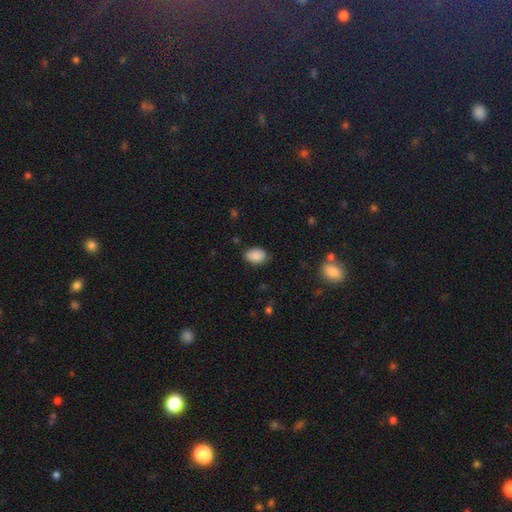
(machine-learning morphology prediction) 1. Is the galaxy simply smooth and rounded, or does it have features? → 89% smooth, 7% star or artifact, 4% featured or disk.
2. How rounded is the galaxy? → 87% in between, 12% round, 1% cigar-shaped.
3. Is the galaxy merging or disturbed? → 79% none, 16% minor disturbance, 3% major disturbance, 1% merger.